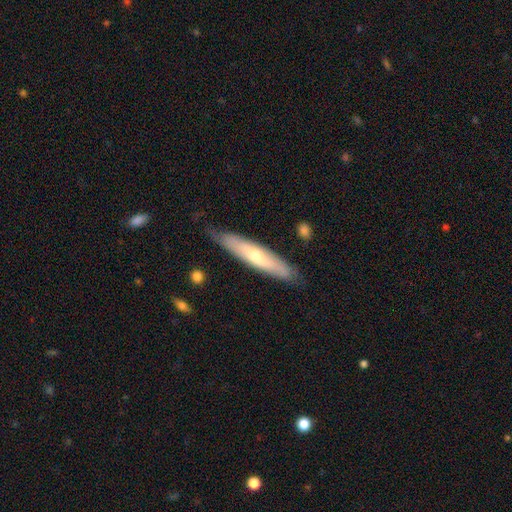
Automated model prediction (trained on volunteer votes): This appears to be a featured or disk galaxy (47%, tied with smooth). Merging: none (78%).